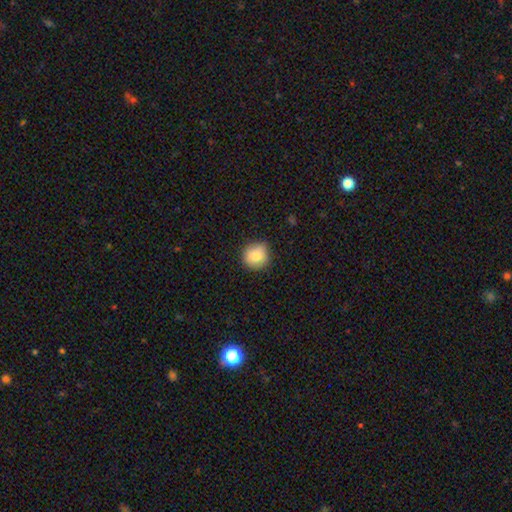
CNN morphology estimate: A smooth galaxy with no disk features (83%) that is round (92%).

Vote fractions:
- Smooth or featured? smooth: 83% / star or artifact: 9% / featured or disk: 9%
- How rounded? round: 92% / in between: 7% / cigar-shaped: 1%
- Merging? none: 84% / minor disturbance: 12% / major disturbance: 2% / merger: 1%